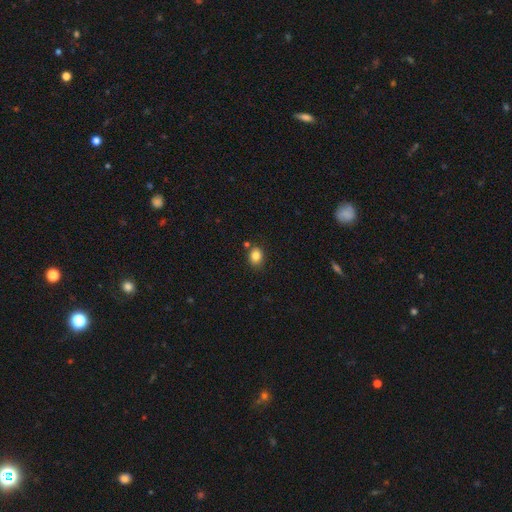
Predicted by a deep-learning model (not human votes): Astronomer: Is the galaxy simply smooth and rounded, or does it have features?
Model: smooth — 83%.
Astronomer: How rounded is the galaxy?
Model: in between — 53% (runner-up: round, 46%).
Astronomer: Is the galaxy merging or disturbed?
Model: none — 78%.